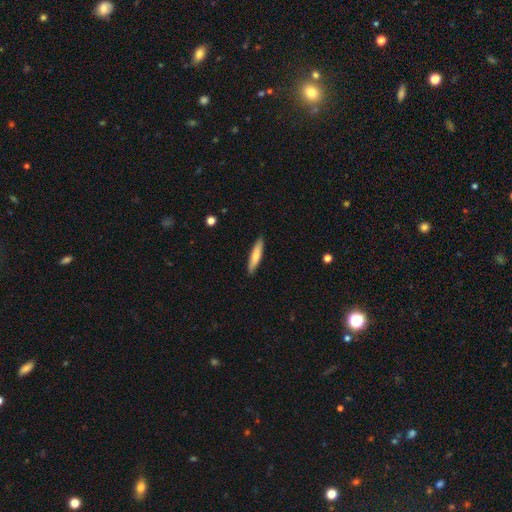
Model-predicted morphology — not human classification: smooth-or-featured: smooth: 73% | featured or disk: 21% | star or artifact: 6%
  how-rounded: cigar-shaped: 84% | in between: 15% | round: 1%
  merging: none: 90% | minor disturbance: 8% | major disturbance: 2% | merger: 1%